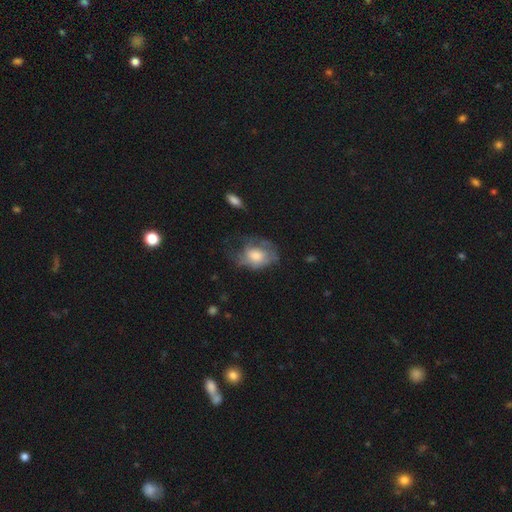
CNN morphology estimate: Smooth or featured?
  - smooth: 51% *
  - featured or disk: 41%
  - star or artifact: 8%
How rounded?
  - in between: 66% *
  - round: 33%
  - cigar-shaped: 1%
Merging?
  - none: 39% *
  - minor disturbance: 30%
  - major disturbance: 29%
  - merger: 2%